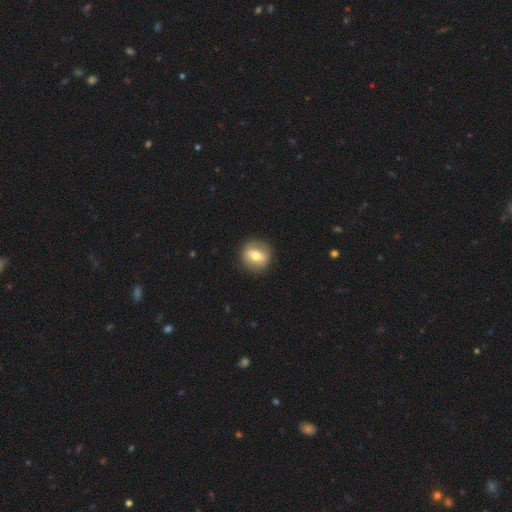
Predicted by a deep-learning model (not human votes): Overall: smooth (55%; featured or disk 37%). How rounded: round (86%). Merging: none (89%).